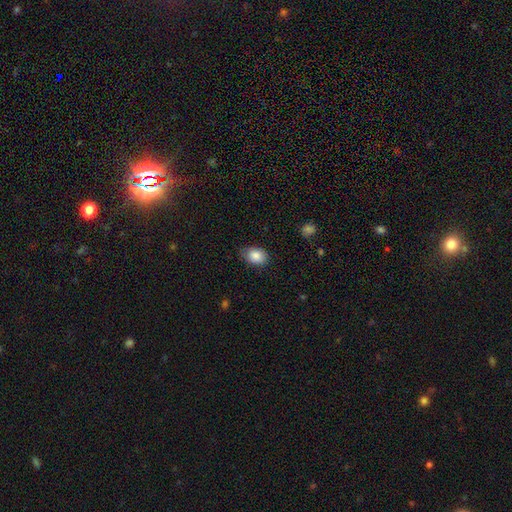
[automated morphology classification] Smooth or featured: smooth — 86% (star or artifact — 8%)
How rounded: in between — 78% (round — 20%)
Merging: none — 72% (minor disturbance — 23%)